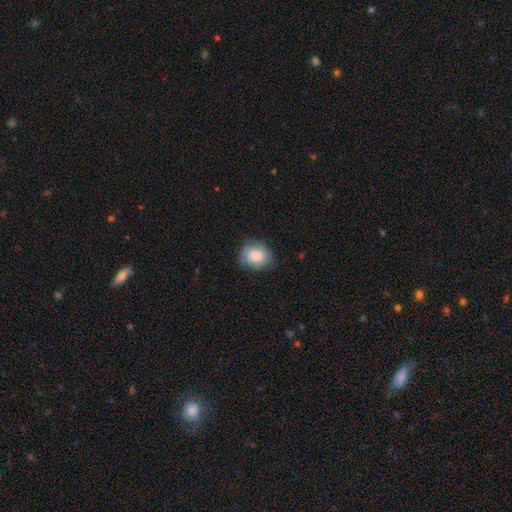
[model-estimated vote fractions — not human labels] Smooth or featured?
  - smooth: 83% *
  - featured or disk: 10%
  - star or artifact: 7%
How rounded?
  - round: 63% *
  - in between: 36%
  - cigar-shaped: 1%
Merging?
  - none: 78% *
  - minor disturbance: 17%
  - major disturbance: 4%
  - merger: 1%